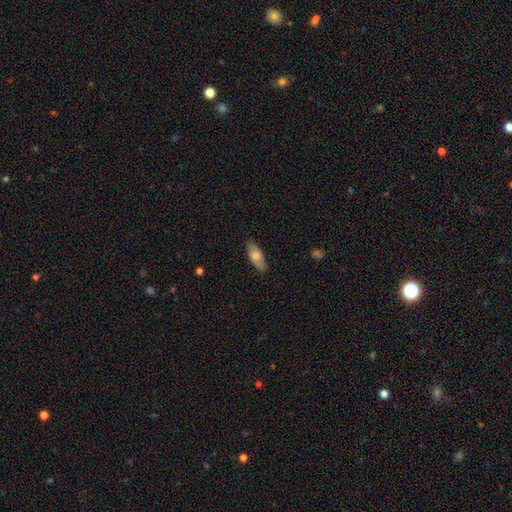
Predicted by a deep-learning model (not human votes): The model was most divided on "smooth or featured": smooth: 68%, featured or disk: 26%, star or artifact: 7%. More confident: merging — none (85%); how rounded — in between (75%).